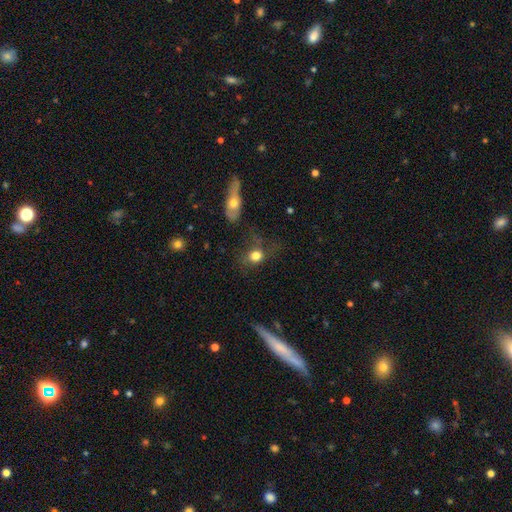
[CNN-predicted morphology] This is likely a smooth galaxy (72%). How rounded: possibly round (57%). Merging: possibly none (45%).